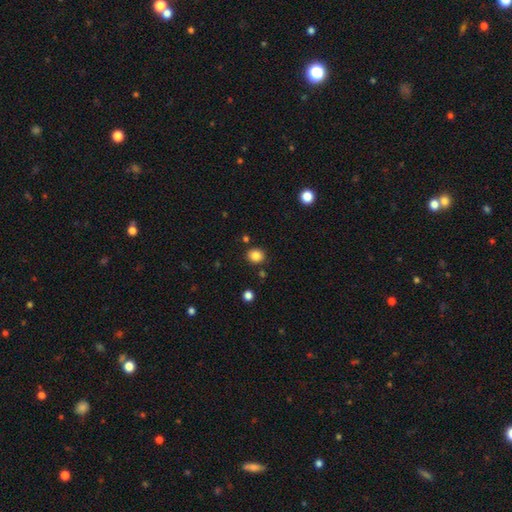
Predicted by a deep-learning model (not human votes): Smooth or featured?
  - smooth: 84% *
  - star or artifact: 11%
  - featured or disk: 5%
How rounded?
  - round: 80% *
  - in between: 20%
  - cigar-shaped: 1%
Merging?
  - none: 86% *
  - minor disturbance: 8%
  - merger: 4%
  - major disturbance: 2%